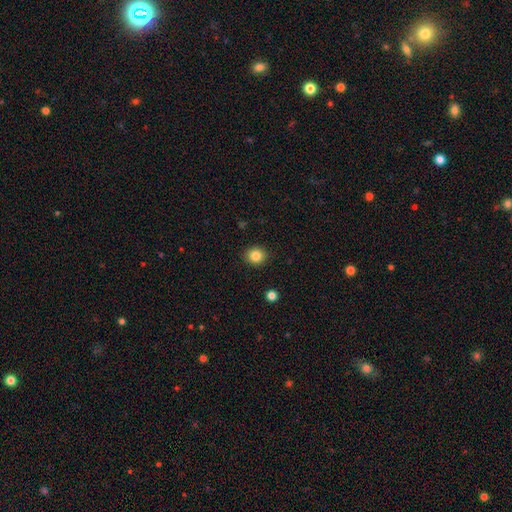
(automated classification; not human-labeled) Smooth or featured? smooth (84%)
How rounded? round (81%)
Merging? none (91%)